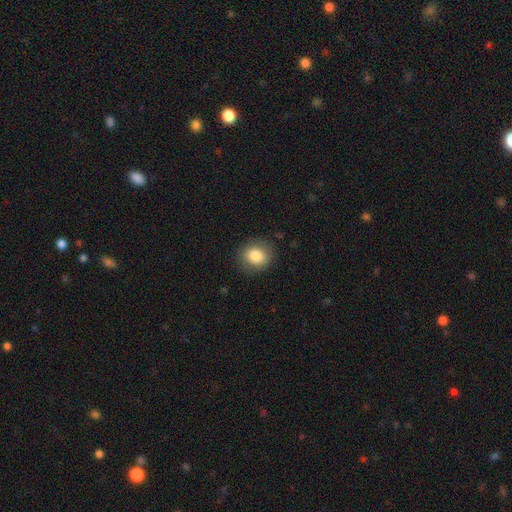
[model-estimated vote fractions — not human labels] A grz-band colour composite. It shows a smooth galaxy with no disk features (83%) that is round (79%). Merging: none (85%).